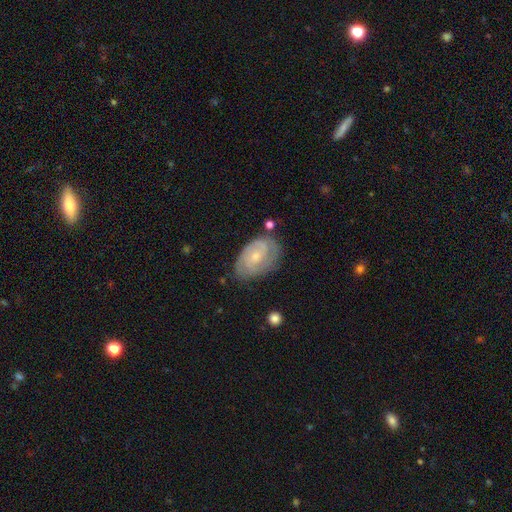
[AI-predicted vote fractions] This appears to be a featured or disk galaxy (77%) with no bar (63%), 2 (52%) tight (61%) spiral arms (93%) and a small central bulge (65%). Merging: none (70%).